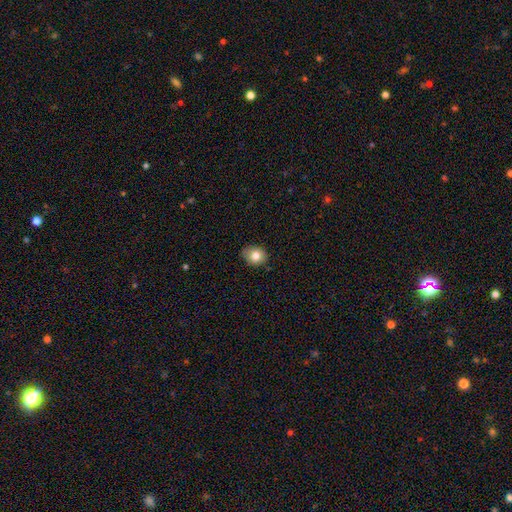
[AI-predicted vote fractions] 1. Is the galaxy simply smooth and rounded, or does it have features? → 80% smooth, 11% featured or disk, 9% star or artifact.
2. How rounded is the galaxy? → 59% round, 40% in between, 1% cigar-shaped.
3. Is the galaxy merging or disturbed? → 82% none, 15% minor disturbance, 2% major disturbance, 1% merger.